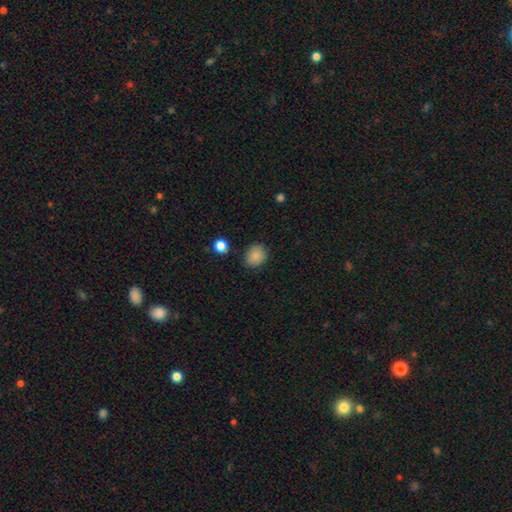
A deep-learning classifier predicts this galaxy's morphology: smooth_or_featured: smooth (p=0.86) [alt: star or artifact p=0.10]
how_rounded: round (p=0.62) [alt: in between p=0.37]
merging: none (p=0.84) [alt: minor disturbance p=0.11]